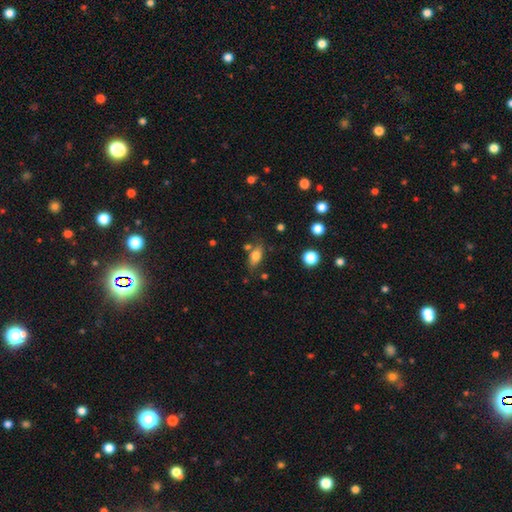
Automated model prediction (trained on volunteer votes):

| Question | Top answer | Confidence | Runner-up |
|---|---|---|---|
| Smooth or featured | smooth | 75% | featured or disk (16%) |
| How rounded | in between | 83% | cigar-shaped (10%) |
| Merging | none | 68% | minor disturbance (18%) |